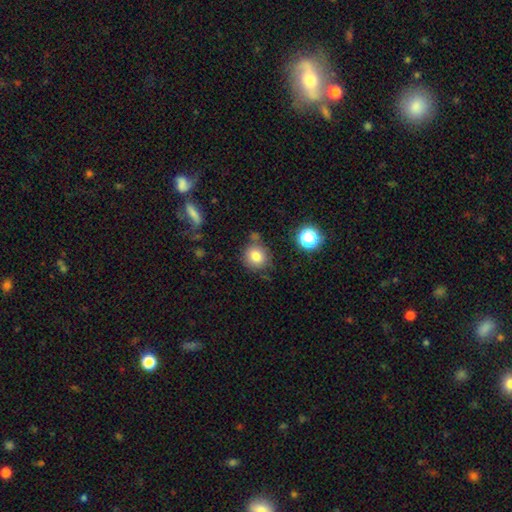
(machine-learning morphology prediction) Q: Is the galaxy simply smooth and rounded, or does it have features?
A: smooth — 80%.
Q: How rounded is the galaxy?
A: round — 86%.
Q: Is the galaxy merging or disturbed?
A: none — 75%.